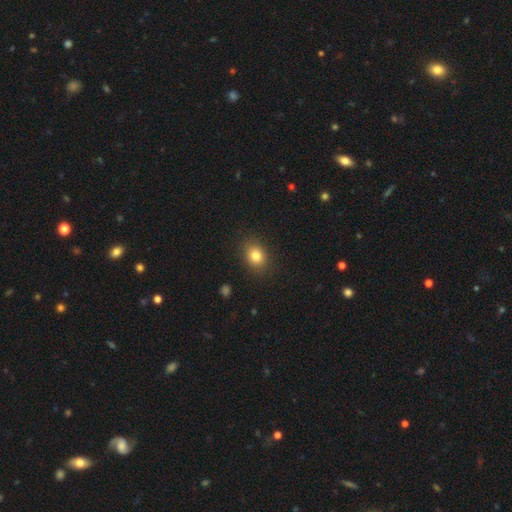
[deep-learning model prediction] This appears to be a smooth galaxy with no disk features (82%) that is in between round and cigar-shaped (56%). Merging: none (86%).